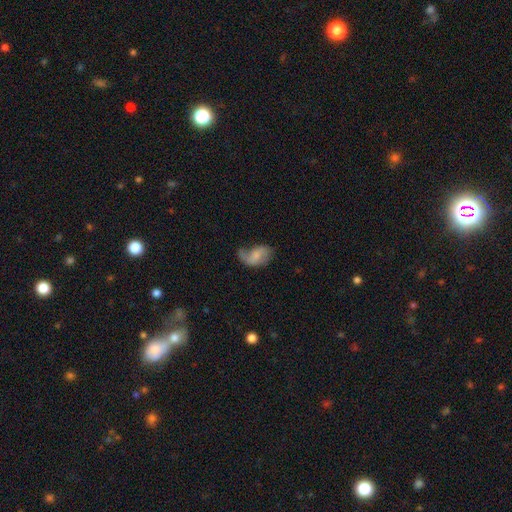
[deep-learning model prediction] Morphology: type=featured or disk (48%); merging=none (35%).